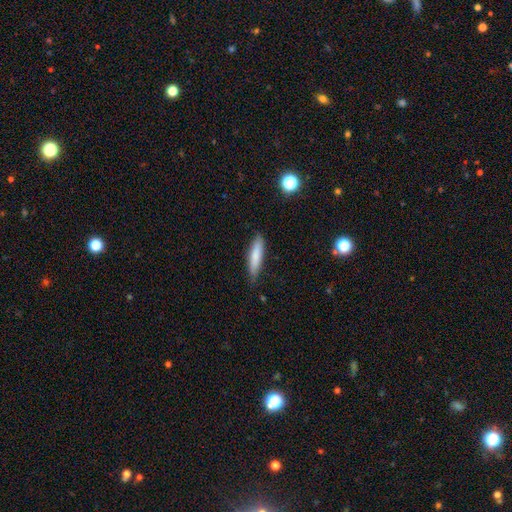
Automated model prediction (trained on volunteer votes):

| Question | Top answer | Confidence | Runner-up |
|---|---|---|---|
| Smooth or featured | smooth | 79% | featured or disk (15%) |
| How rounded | cigar-shaped | 78% | in between (21%) |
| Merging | none | 82% | minor disturbance (14%) |